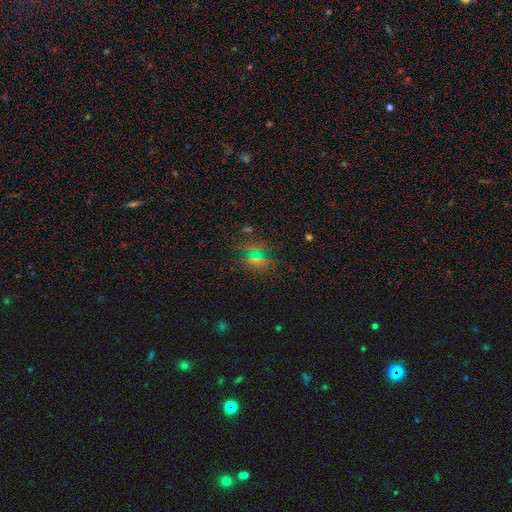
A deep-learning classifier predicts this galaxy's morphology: Overall: star or artifact (51%; smooth 33%).